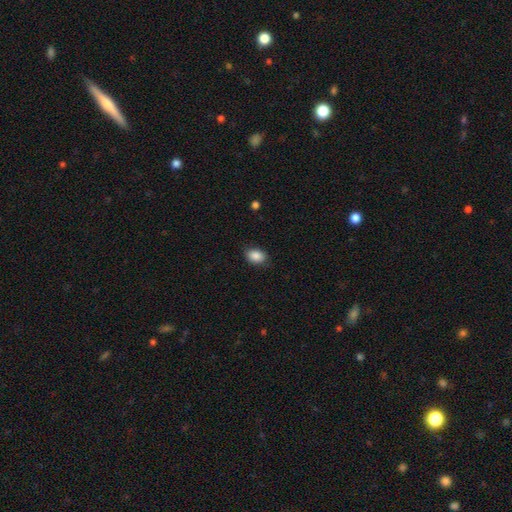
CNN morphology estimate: Smooth or featured?
  - smooth: 88% *
  - star or artifact: 8%
  - featured or disk: 4%
How rounded?
  - in between: 77% *
  - round: 21%
  - cigar-shaped: 1%
Merging?
  - none: 83% *
  - minor disturbance: 13%
  - major disturbance: 3%
  - merger: 1%